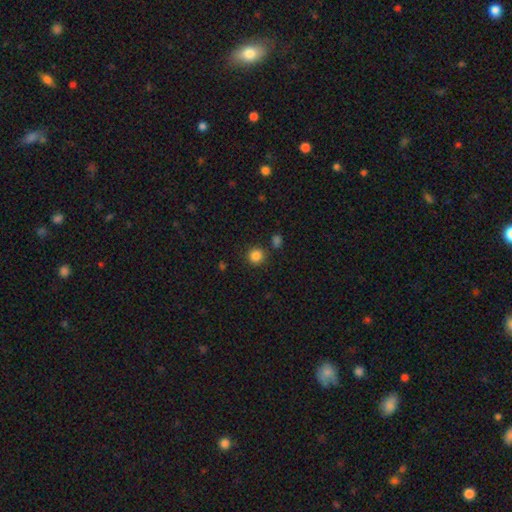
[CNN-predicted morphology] Q: Smooth or featured?
A: smooth (85%); runner-up: star or artifact (11%)
Q: How rounded?
A: round (93%); runner-up: in between (6%)
Q: Merging?
A: none (86%); runner-up: minor disturbance (7%)